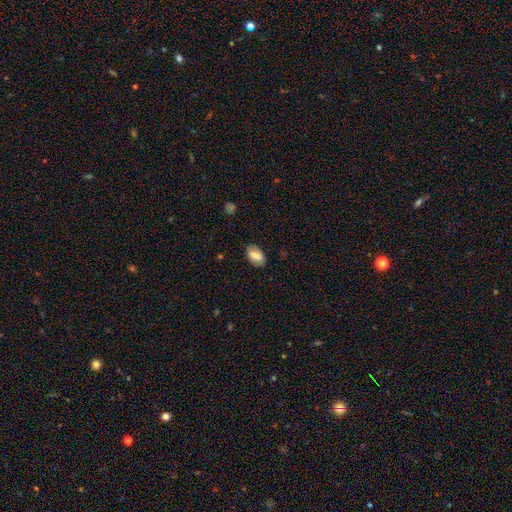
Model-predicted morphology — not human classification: A smooth galaxy with no disk features (73%) that is in between round and cigar-shaped (91%). Merging: none (80%).